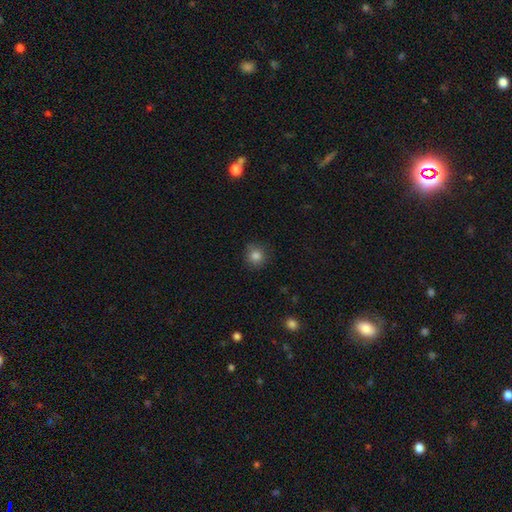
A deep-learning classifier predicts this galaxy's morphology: smooth-or-featured: smooth: 83% | star or artifact: 12% | featured or disk: 5%
  how-rounded: round: 90% | in between: 9% | cigar-shaped: 1%
  merging: none: 86% | minor disturbance: 10% | major disturbance: 3% | merger: 1%